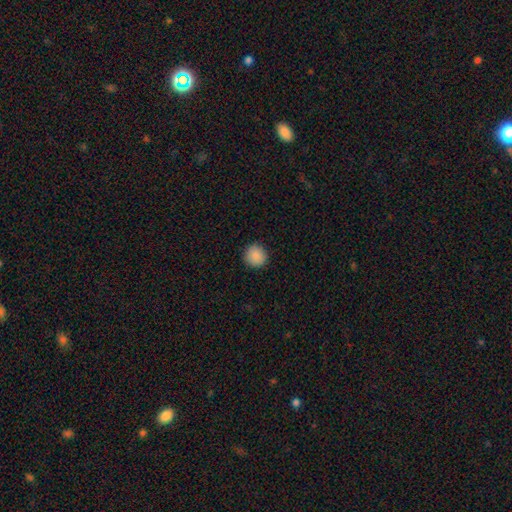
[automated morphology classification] This appears to be a smooth galaxy with no disk features (89%) that is round (94%). Merging: none (91%).